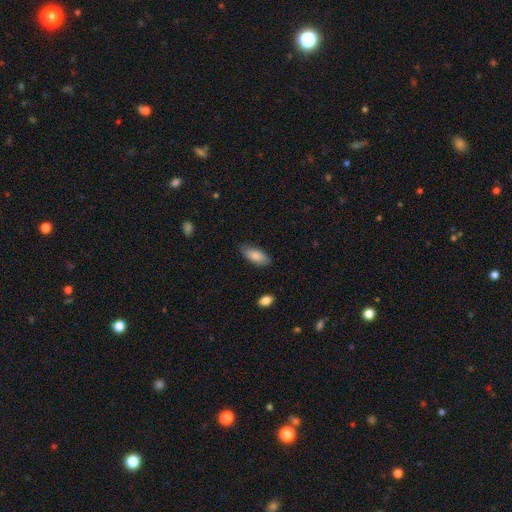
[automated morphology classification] type=smooth (84%); roundness=in between (83%); merging=none (79%).